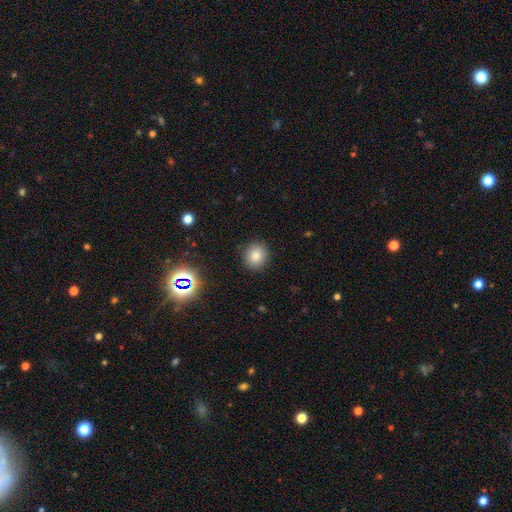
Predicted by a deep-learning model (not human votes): Smooth or featured? smooth (82%)
How rounded? round (86%)
Merging? none (90%)